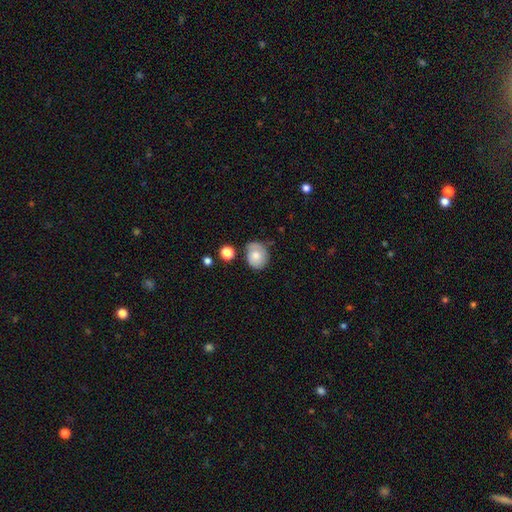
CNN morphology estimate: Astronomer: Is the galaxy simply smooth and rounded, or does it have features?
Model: smooth — 70%.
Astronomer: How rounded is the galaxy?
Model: round — 67%.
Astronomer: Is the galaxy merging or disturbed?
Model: none — 60%.